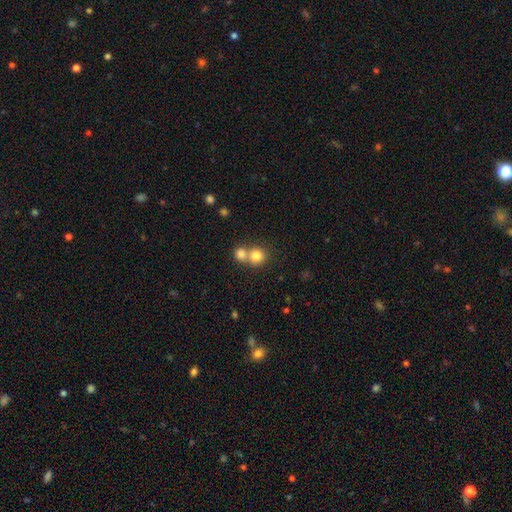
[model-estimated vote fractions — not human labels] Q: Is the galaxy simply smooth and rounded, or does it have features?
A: smooth — 81%.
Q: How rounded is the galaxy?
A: round — 87%.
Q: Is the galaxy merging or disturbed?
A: merger — 47%.